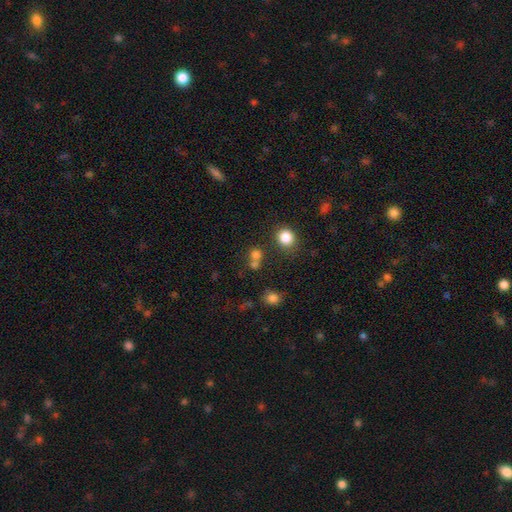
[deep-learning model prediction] Smooth or featured? smooth (73%)
How rounded? round (82%)
Merging? none (53%)